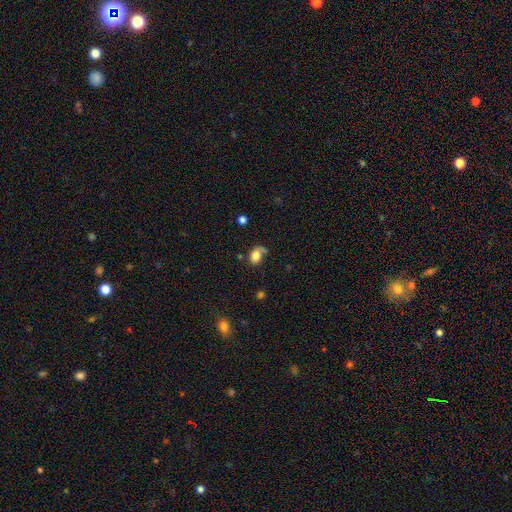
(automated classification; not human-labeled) smooth 69%, featured or disk 21%, star or artifact 10%. Down the decision tree: how rounded — in between (67%); merging — none (38%).